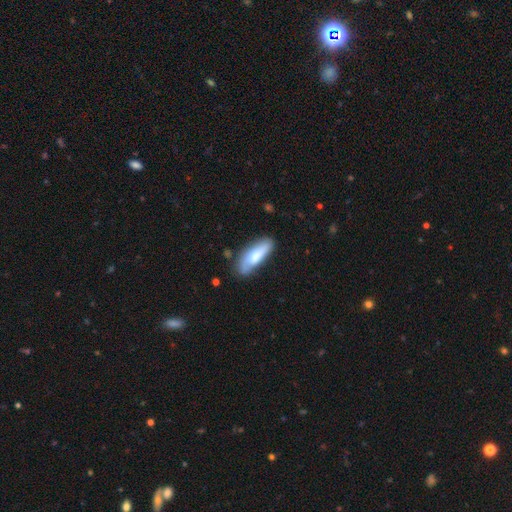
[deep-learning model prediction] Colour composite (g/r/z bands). It shows a smooth galaxy with no disk features (73%) that is in between round and cigar-shaped (53%). Merging: none (67%).